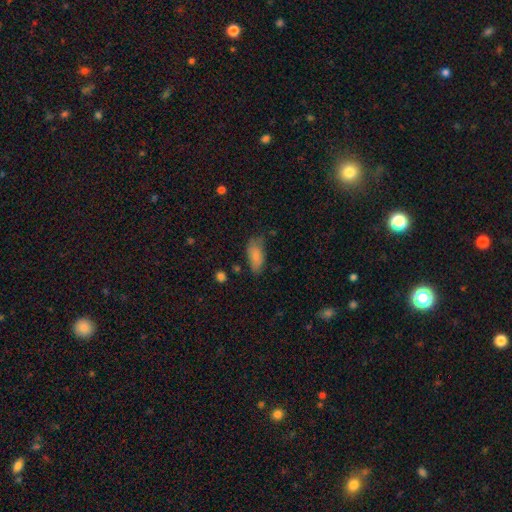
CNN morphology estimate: This appears to be a smooth galaxy with no disk features (82%) that is in between round and cigar-shaped (88%). Merging: none (61%).